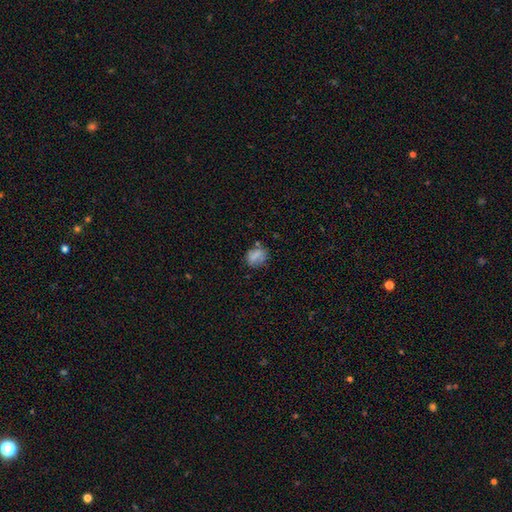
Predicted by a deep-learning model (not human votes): A smooth galaxy with no disk features (72%) that is round (52%). Merging: none (66%).